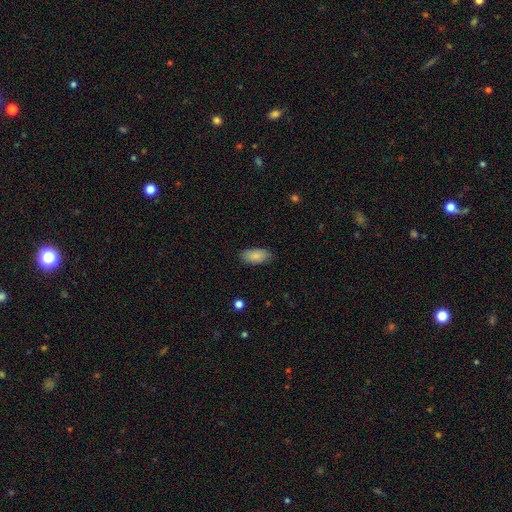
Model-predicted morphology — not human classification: Smooth or featured? Predicted: smooth (p=0.87). How rounded? Predicted: in between (p=0.92). Merging? Predicted: none (p=0.84).